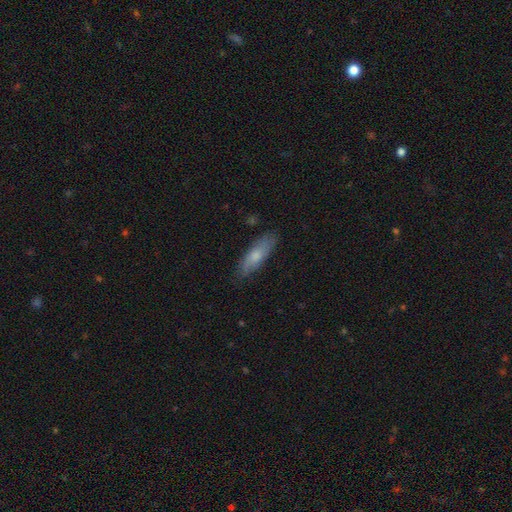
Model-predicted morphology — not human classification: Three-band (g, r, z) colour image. It shows a smooth galaxy with no disk features (65%) that is cigar-shaped (52%). Merging: none (79%).